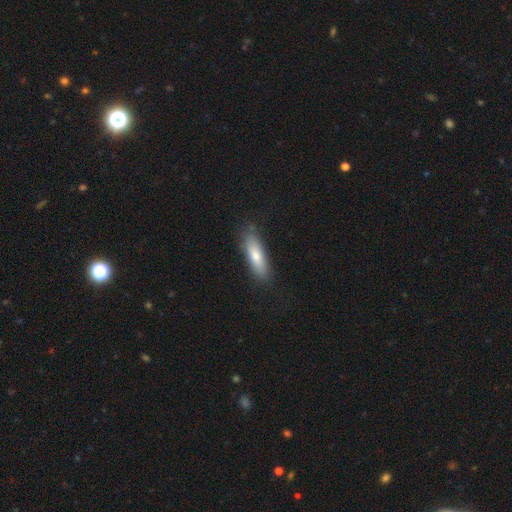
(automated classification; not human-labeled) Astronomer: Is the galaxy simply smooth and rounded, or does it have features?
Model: smooth — 70%.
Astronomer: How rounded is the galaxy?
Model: cigar-shaped — 58% (runner-up: in between, 40%).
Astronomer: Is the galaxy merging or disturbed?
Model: none — 82%.